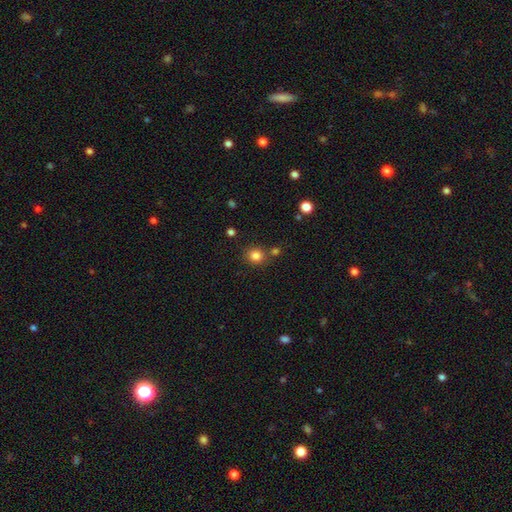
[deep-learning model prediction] Overall: smooth (84%). How rounded: round (83%). Merging: none (77%).